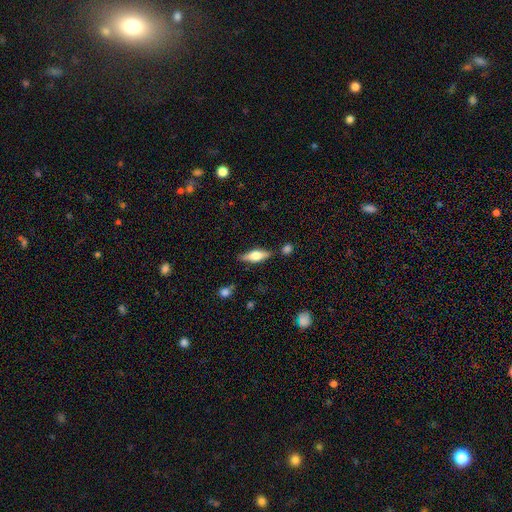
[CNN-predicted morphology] This appears to be a smooth galaxy with no disk features (48%). Merging: none (81%).